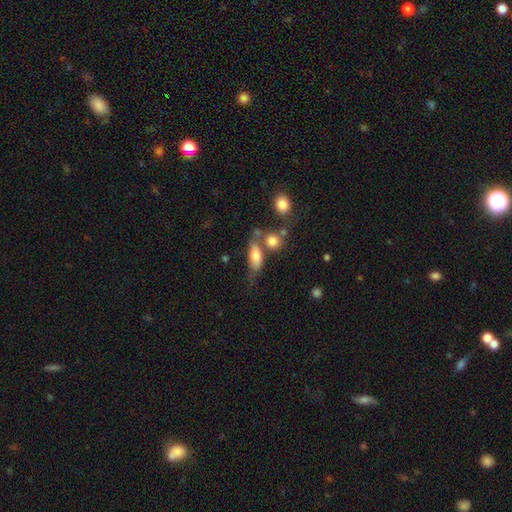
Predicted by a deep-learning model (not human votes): Q: Smooth or featured?
A: smooth (76%); runner-up: featured or disk (16%)
Q: How rounded?
A: in between (74%); runner-up: cigar-shaped (16%)
Q: Merging?
A: none (42%); runner-up: merger (25%)